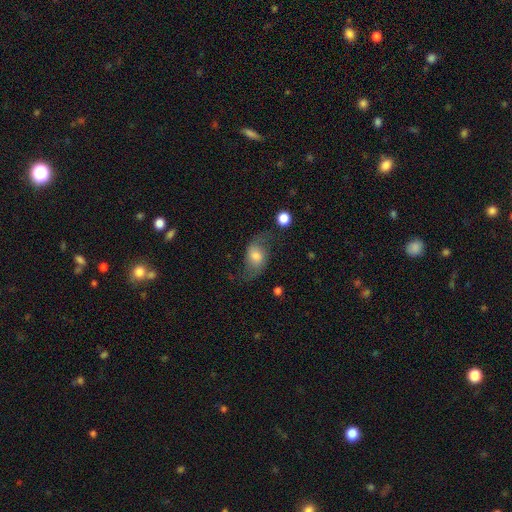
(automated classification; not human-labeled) smooth-or-featured: featured or disk: 56% | smooth: 35% | star or artifact: 10%
  disk-edge-on: no: 95% | yes: 5%
    bar: no: 57% | weak: 34% | strong: 9%
    has-spiral-arms: yes: 87% | no: 13%
    bulge-size: moderate: 54% | small: 27% | large: 12% | none: 4% | dominant: 3%
  merging: none: 61% | minor disturbance: 21% | major disturbance: 15% | merger: 3%